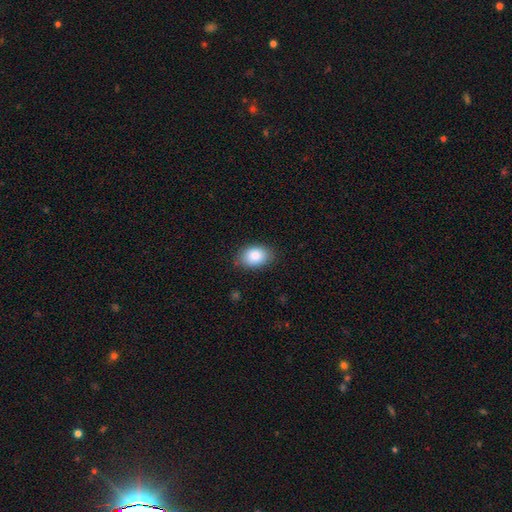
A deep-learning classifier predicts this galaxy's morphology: A smooth galaxy with no disk features (87%) that is in between round and cigar-shaped (84%). Merging: none (81%).